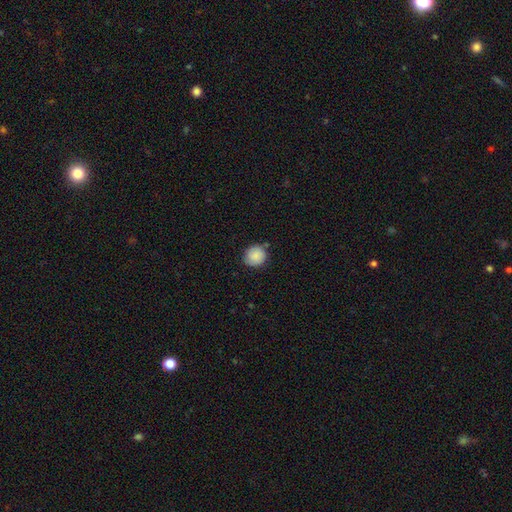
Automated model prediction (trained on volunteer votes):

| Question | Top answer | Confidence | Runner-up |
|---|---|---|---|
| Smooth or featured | smooth | 85% | featured or disk (8%) |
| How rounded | round | 85% | in between (14%) |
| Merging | none | 78% | minor disturbance (16%) |